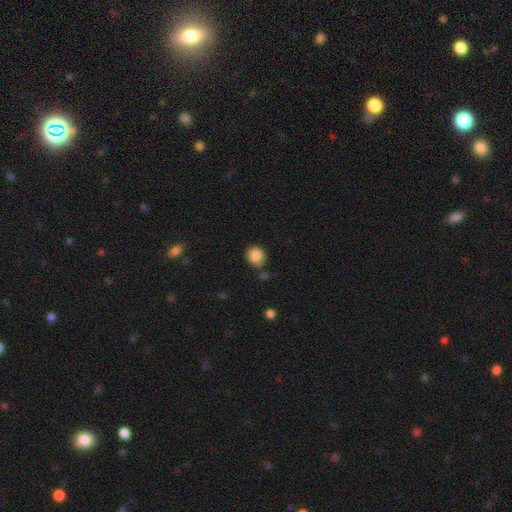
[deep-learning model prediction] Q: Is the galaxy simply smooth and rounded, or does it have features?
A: smooth — 87%.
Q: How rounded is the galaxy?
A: round — 81%.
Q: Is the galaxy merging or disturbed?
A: none — 76%.